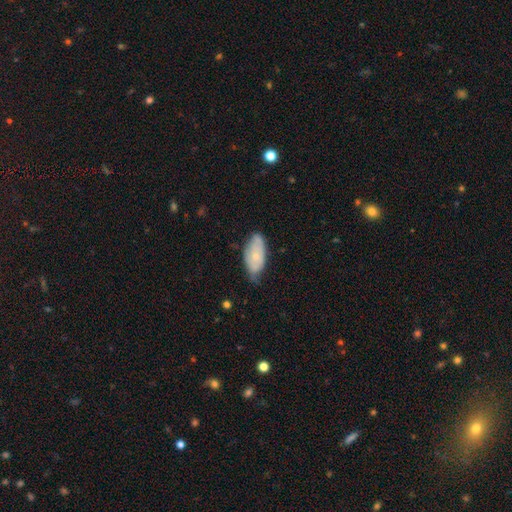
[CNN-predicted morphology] Q: Smooth or featured?
A: smooth (55%); runner-up: featured or disk (39%)
Q: How rounded?
A: in between (90%); runner-up: cigar-shaped (7%)
Q: Merging?
A: none (54%); runner-up: minor disturbance (37%)